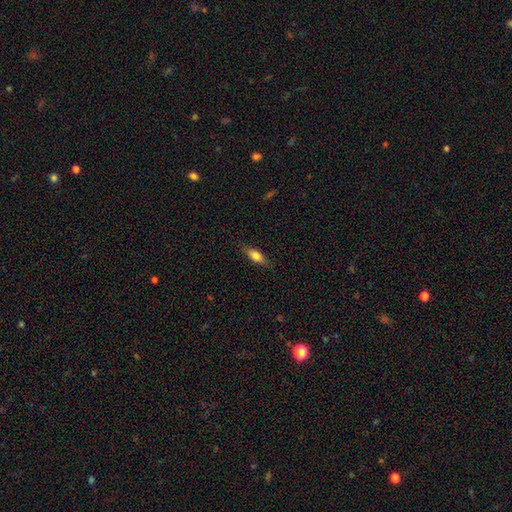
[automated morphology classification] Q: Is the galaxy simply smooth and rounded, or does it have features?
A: smooth — 73%.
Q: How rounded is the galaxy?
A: in between — 66%.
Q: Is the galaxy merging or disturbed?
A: none — 81%.